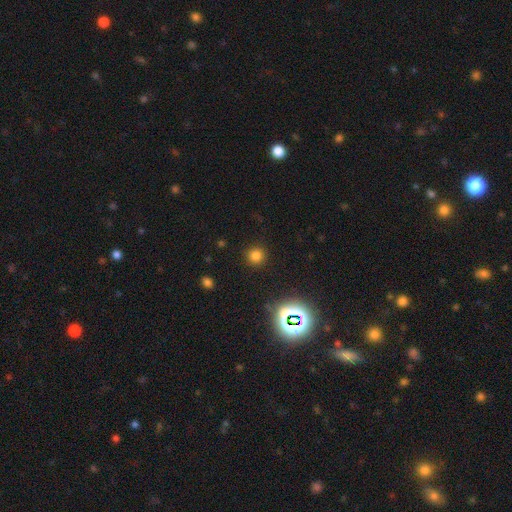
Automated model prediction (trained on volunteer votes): smooth_or_featured: smooth (p=0.75) [alt: star or artifact p=0.20]
how_rounded: round (p=0.93) [alt: in between p=0.06]
merging: none (p=0.90) [alt: minor disturbance p=0.06]